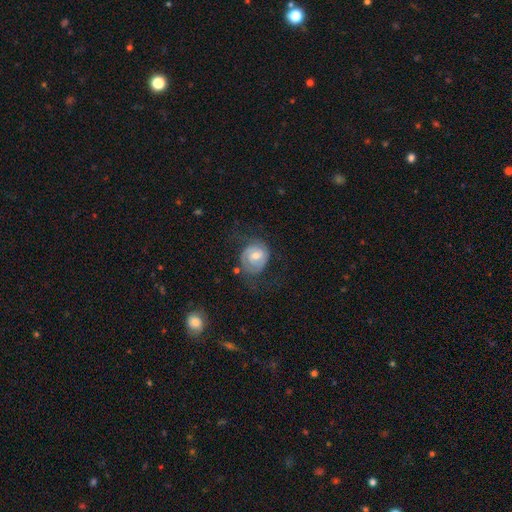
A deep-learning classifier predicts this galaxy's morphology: smooth_or_featured: featured or disk (p=0.65) [alt: smooth p=0.29]
disk_edge_on: no (p=0.97) [alt: yes p=0.03]
bar: weak (p=0.46) [alt: no p=0.42]
has_spiral_arms: yes (p=0.81) [alt: no p=0.19]
spiral_winding: tight (p=0.49) [alt: medium p=0.34]
spiral_arm_count: 2 (p=0.61) [alt: can't tell p=0.22]
bulge_size: moderate (p=0.61) [alt: small p=0.33]
merging: none (p=0.54) [alt: minor disturbance p=0.23]